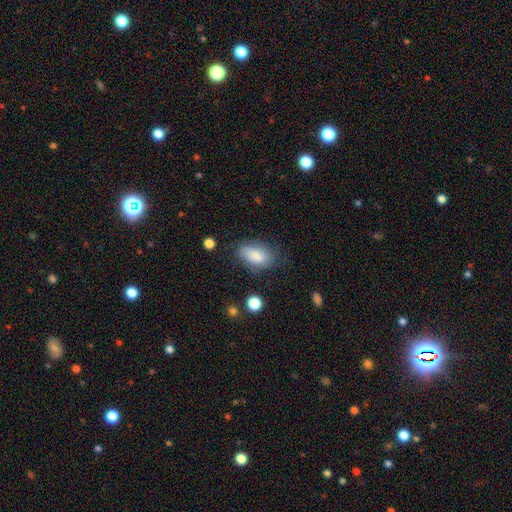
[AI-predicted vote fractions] smooth 83%, featured or disk 10%, star or artifact 7%. Down the decision tree: how rounded — in between (91%); merging — none (64%).